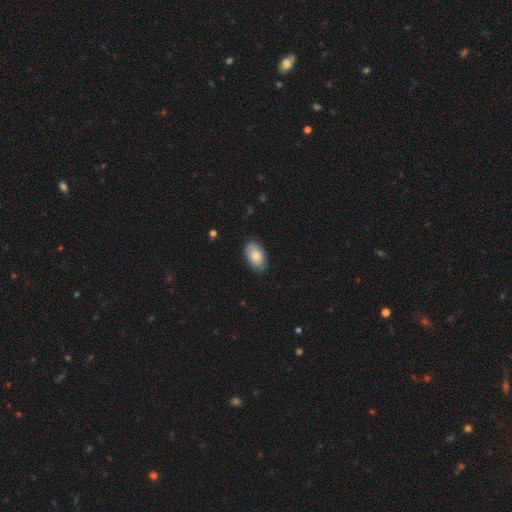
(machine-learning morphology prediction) Smooth or featured: smooth — 82% (featured or disk — 12%)
How rounded: in between — 94% (round — 5%)
Merging: none — 83% (minor disturbance — 14%)